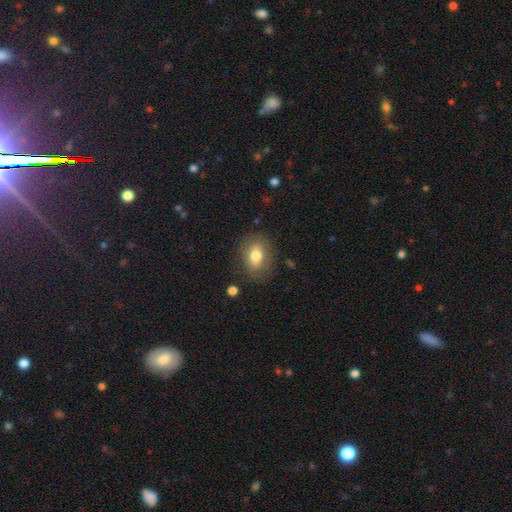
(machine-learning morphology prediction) Smooth or featured?
  - smooth: 74% *
  - featured or disk: 18%
  - star or artifact: 8%
How rounded?
  - in between: 77% *
  - round: 21%
  - cigar-shaped: 2%
Merging?
  - none: 79% *
  - minor disturbance: 14%
  - major disturbance: 5%
  - merger: 2%